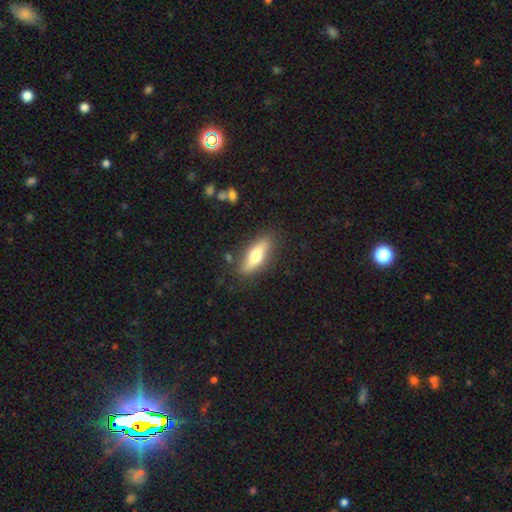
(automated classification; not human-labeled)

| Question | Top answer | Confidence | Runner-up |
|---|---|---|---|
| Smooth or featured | smooth | 58% | featured or disk (36%) |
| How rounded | in between | 53% | cigar-shaped (44%) |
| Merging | none | 82% | minor disturbance (13%) |